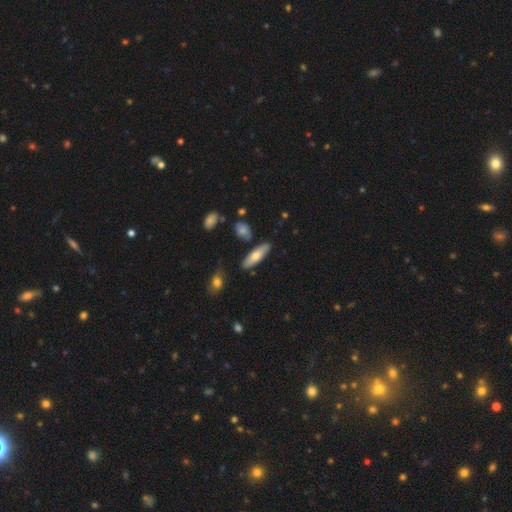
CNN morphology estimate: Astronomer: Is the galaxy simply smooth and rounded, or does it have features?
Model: smooth — 66%.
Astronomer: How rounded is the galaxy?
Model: in between — 49% (runner-up: cigar-shaped, 48%).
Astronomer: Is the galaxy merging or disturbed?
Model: none — 80%.